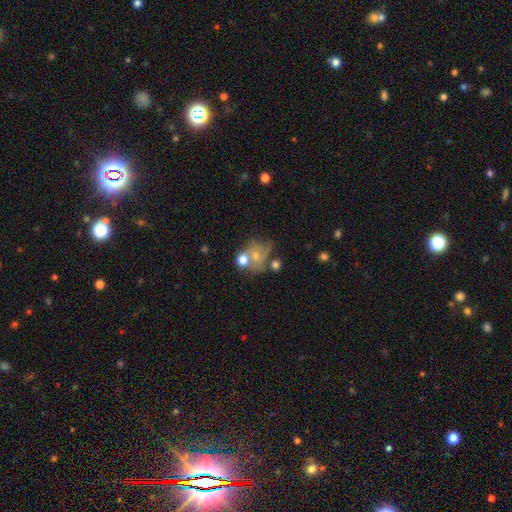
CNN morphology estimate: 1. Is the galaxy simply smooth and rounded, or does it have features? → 53% smooth, 36% featured or disk, 11% star or artifact.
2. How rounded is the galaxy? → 62% round, 37% in between, 1% cigar-shaped.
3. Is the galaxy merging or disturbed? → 40% merger, 29% none, 16% minor disturbance, 15% major disturbance.